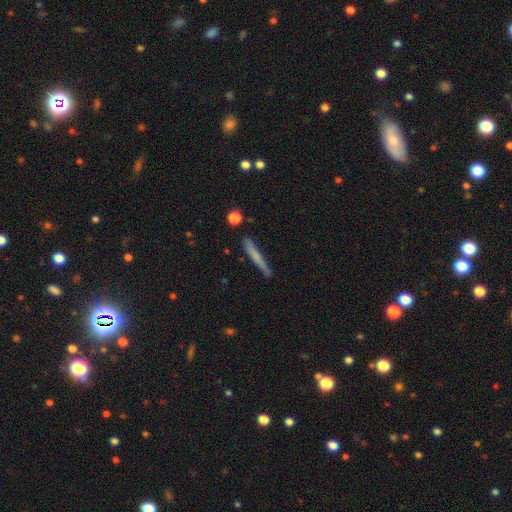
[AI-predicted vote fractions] smooth_or_featured: smooth (p=0.60) [alt: featured or disk p=0.33]
how_rounded: cigar-shaped (p=0.95) [alt: in between p=0.03]
merging: none (p=0.80) [alt: minor disturbance p=0.15]